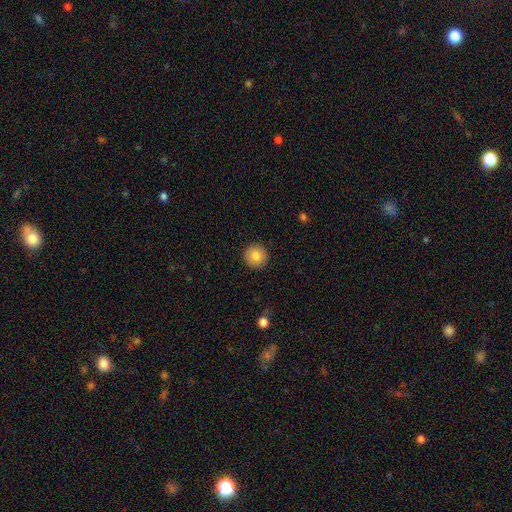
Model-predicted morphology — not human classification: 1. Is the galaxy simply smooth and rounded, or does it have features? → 83% smooth, 9% star or artifact, 8% featured or disk.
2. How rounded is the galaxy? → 95% round, 4% in between, 1% cigar-shaped.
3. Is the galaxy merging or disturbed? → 92% none, 5% minor disturbance, 2% major disturbance, 1% merger.